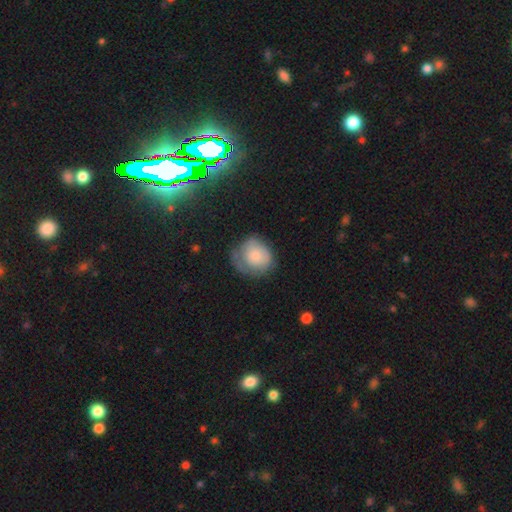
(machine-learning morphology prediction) The model was most divided on "merging": none: 51%, minor disturbance: 31%, major disturbance: 16%, merger: 2%. More confident: how rounded — round (78%); smooth or featured — smooth (66%).